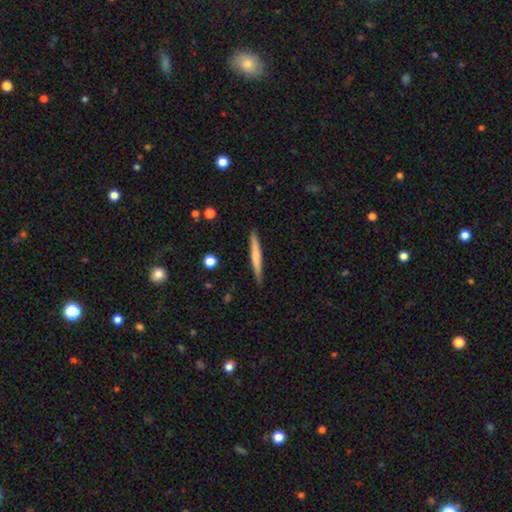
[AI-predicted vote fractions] A smooth galaxy with no disk features (61%) that is cigar-shaped (96%). Merging: none (88%).